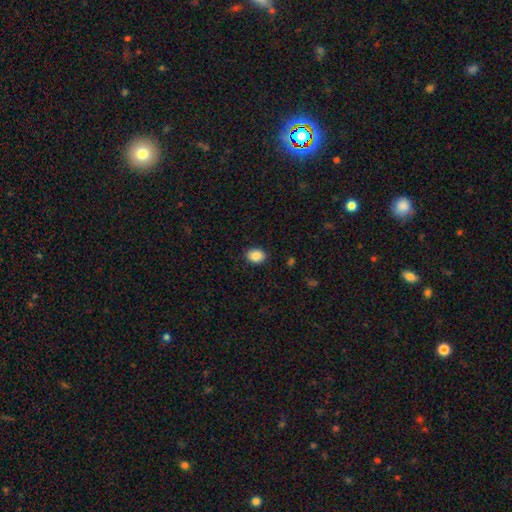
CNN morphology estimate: Smooth or featured?
  - smooth: 87% *
  - star or artifact: 8%
  - featured or disk: 5%
How rounded?
  - in between: 58% *
  - round: 41%
  - cigar-shaped: 1%
Merging?
  - none: 89% *
  - minor disturbance: 8%
  - major disturbance: 2%
  - merger: 1%